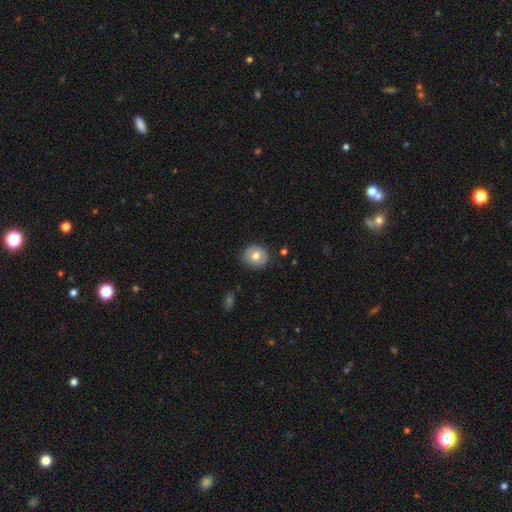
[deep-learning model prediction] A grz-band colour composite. It shows a smooth galaxy with no disk features (70%) that is round (82%). Merging: none (83%).